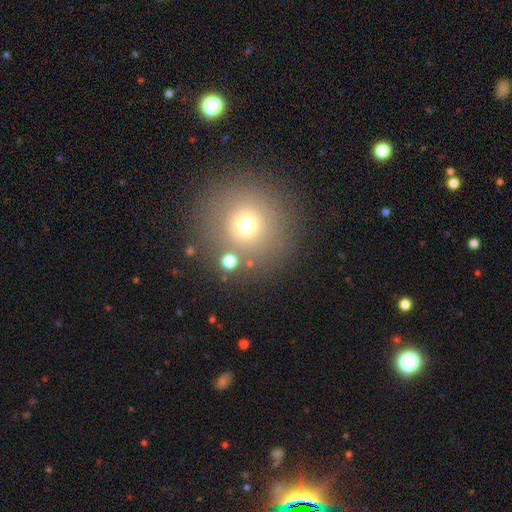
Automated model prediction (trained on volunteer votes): The model was most divided on "smooth or featured": smooth: 66%, star or artifact: 21%, featured or disk: 12%. More confident: how rounded — round (95%); merging — none (85%).